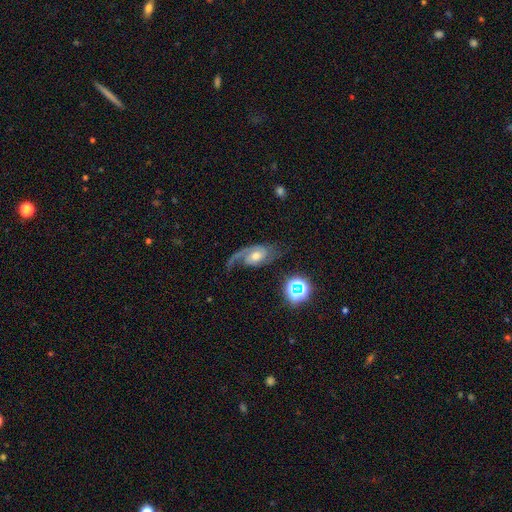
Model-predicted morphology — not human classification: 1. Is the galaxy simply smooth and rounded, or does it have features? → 79% featured or disk, 12% smooth, 9% star or artifact.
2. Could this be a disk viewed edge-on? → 95% no, 5% yes.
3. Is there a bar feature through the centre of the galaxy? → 56% no, 35% weak, 9% strong.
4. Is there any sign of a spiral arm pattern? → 95% yes, 5% no.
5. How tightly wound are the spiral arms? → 42% medium, 38% loose, 20% tight.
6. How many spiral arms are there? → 56% 2, 36% 1, 5% can't tell, 2% 3, 1% 4, 1% more than 4.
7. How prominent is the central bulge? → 60% moderate, 24% small, 11% large, 3% none, 2% dominant.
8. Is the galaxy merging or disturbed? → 52% none, 24% major disturbance, 20% minor disturbance, 4% merger.